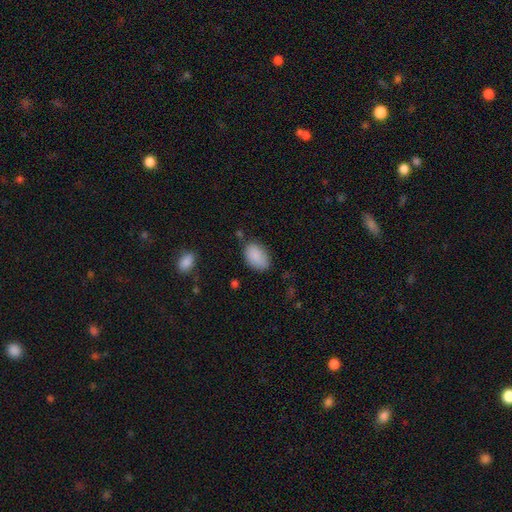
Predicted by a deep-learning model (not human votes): Smooth or featured: smooth — 87% (star or artifact — 7%)
How rounded: in between — 90% (round — 9%)
Merging: none — 70% (minor disturbance — 22%)